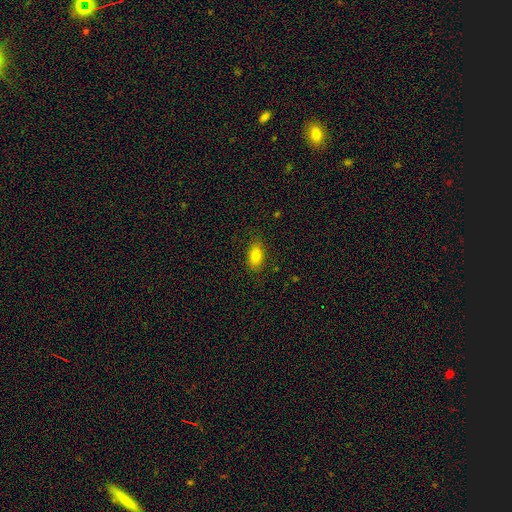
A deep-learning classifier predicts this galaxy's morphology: Smooth or featured? Predicted: smooth (p=0.81). How rounded? Predicted: in between (p=0.89). Merging? Predicted: none (p=0.85).